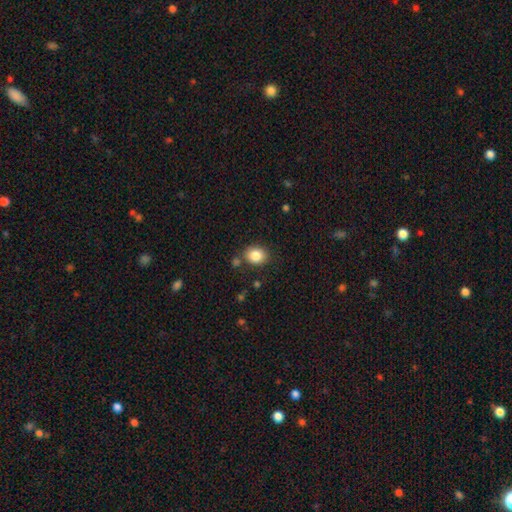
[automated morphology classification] A smooth galaxy with no disk features (86%) that is round (55%). Merging: none (78%).